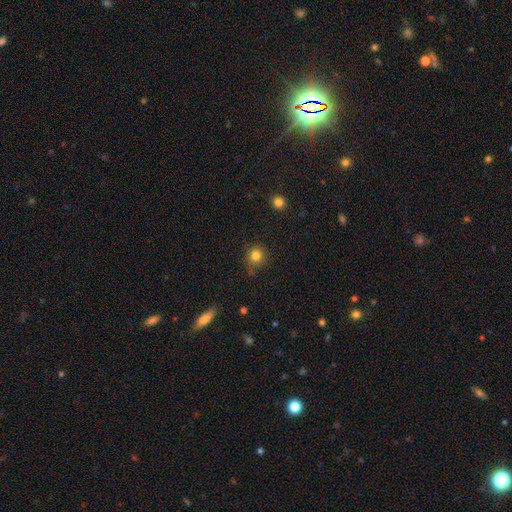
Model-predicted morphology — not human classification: Overall: smooth (82%). How rounded: round (89%). Merging: none (77%).